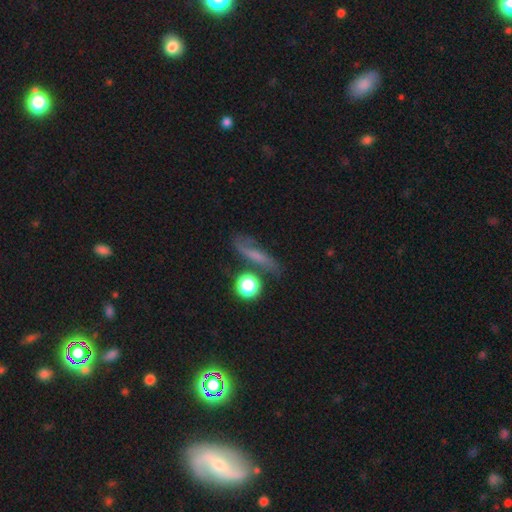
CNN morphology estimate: Smooth or featured? Predicted: smooth (p=0.46). Merging? Predicted: none (p=0.63).